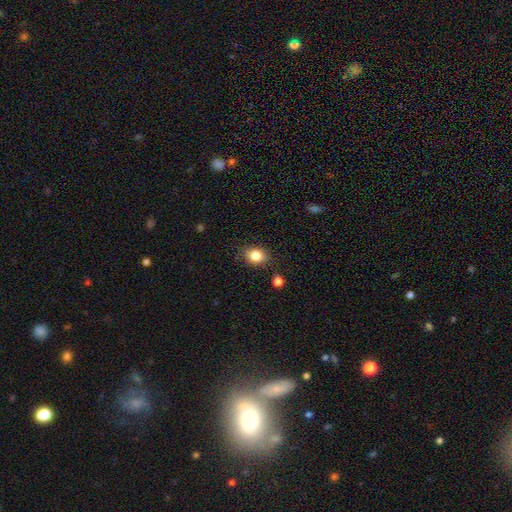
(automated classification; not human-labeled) The model was most divided on "how rounded": round: 54%, in between: 45%, cigar-shaped: 1%. More confident: merging — none (83%); smooth or featured — smooth (82%).